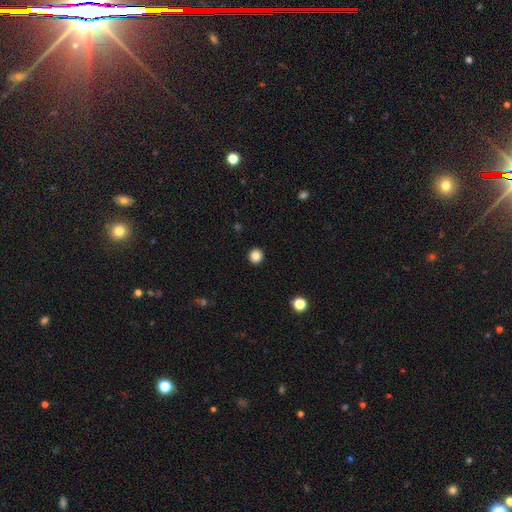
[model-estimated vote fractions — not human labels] Smooth or featured? Predicted: smooth (p=0.85). How rounded? Predicted: round (p=0.93). Merging? Predicted: none (p=0.93).